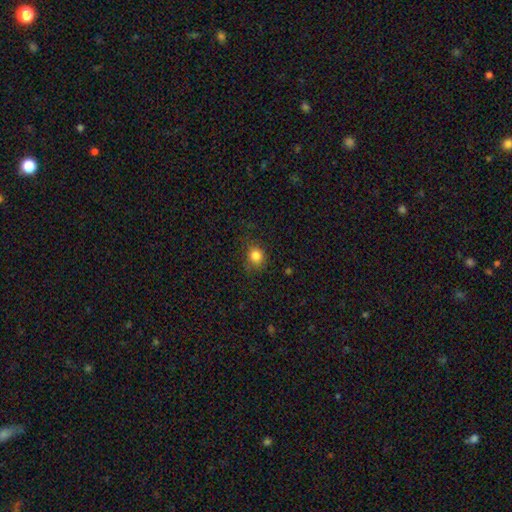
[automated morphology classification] Smooth or featured?
  - smooth: 83% *
  - star or artifact: 12%
  - featured or disk: 5%
How rounded?
  - round: 78% *
  - in between: 21%
  - cigar-shaped: 1%
Merging?
  - none: 79% *
  - minor disturbance: 15%
  - major disturbance: 5%
  - merger: 1%